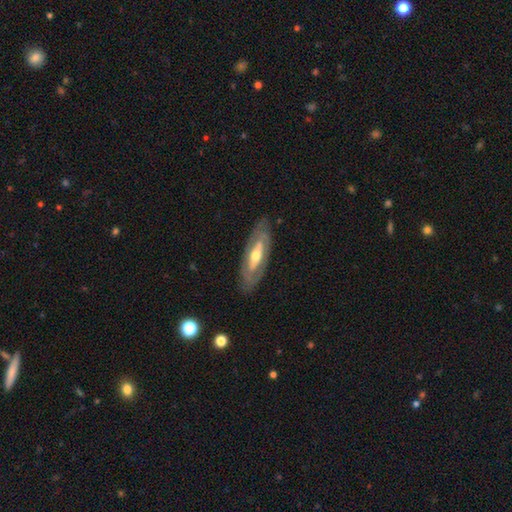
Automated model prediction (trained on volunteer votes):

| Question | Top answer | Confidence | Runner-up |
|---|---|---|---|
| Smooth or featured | featured or disk | 66% | smooth (30%) |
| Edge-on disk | no | 76% | yes (24%) |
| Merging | none | 82% | minor disturbance (13%) |